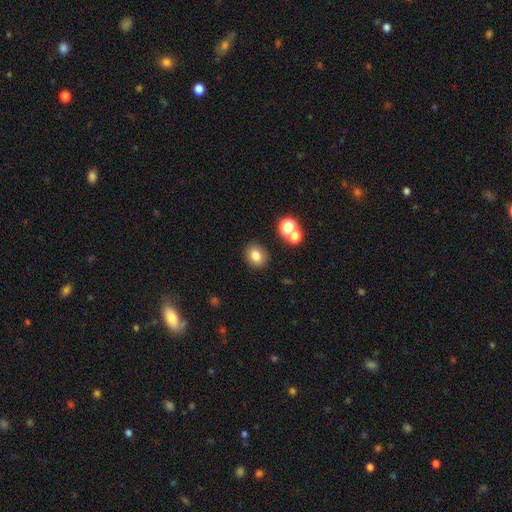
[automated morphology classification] Smooth or featured?
  - smooth: 80% *
  - star or artifact: 12%
  - featured or disk: 7%
How rounded?
  - round: 62% *
  - in between: 37%
  - cigar-shaped: 1%
Merging?
  - none: 84% *
  - minor disturbance: 8%
  - merger: 5%
  - major disturbance: 3%